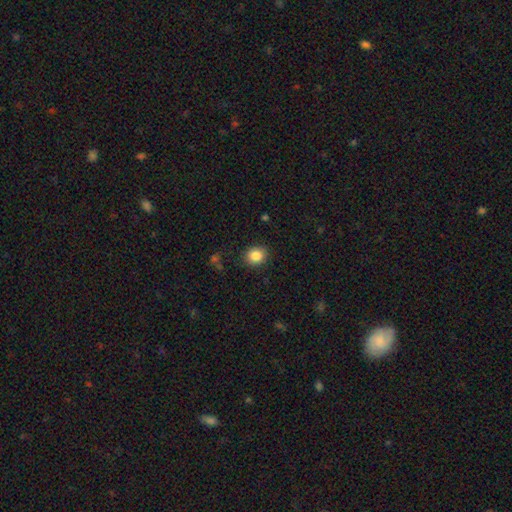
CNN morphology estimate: Smooth or featured? Predicted: smooth (p=0.86). How rounded? Predicted: round (p=0.70). Merging? Predicted: none (p=0.88).